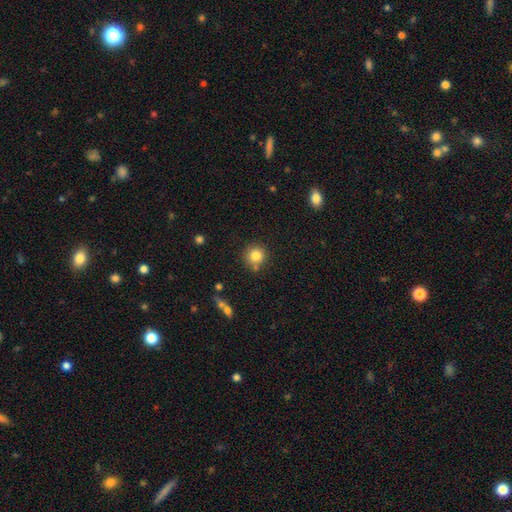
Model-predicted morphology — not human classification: smooth-or-featured: smooth: 81% | star or artifact: 11% | featured or disk: 8%
  how-rounded: round: 92% | in between: 7% | cigar-shaped: 1%
  merging: none: 76% | minor disturbance: 12% | merger: 9% | major disturbance: 3%